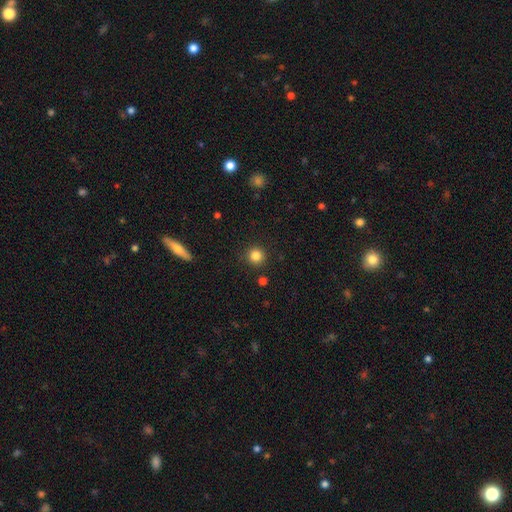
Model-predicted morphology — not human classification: type=smooth (84%); roundness=round (94%); merging=none (90%).